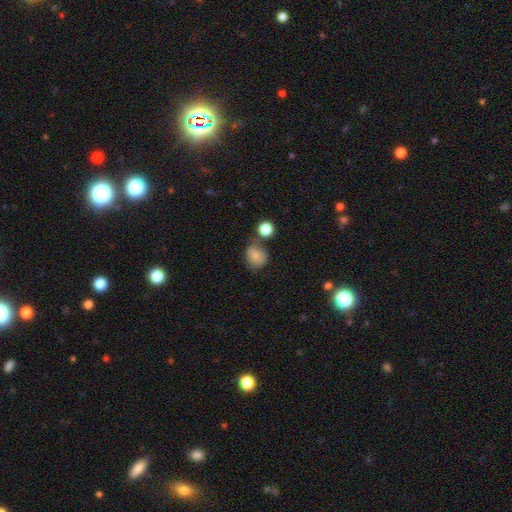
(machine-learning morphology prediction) Smooth or featured? smooth (74%)
How rounded? round (66%)
Merging? none (54%)